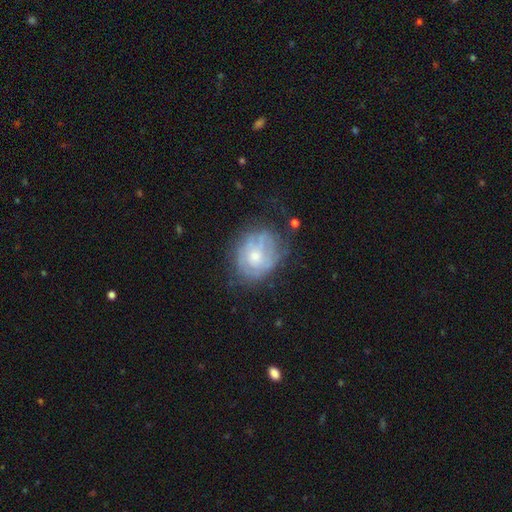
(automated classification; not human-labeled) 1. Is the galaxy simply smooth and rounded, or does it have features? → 64% featured or disk, 28% smooth, 8% star or artifact.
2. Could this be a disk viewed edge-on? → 97% no, 3% yes.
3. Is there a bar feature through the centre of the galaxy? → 79% no, 18% weak, 3% strong.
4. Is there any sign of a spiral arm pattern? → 66% yes, 34% no.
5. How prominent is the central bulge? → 52% small, 41% moderate, 3% large, 3% none, 1% dominant.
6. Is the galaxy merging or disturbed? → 56% none, 26% minor disturbance, 16% major disturbance, 2% merger.